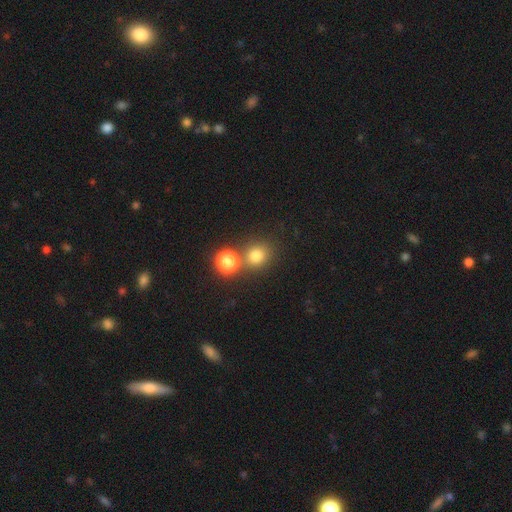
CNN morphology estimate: Smooth or featured?
  - smooth: 76% *
  - star or artifact: 17%
  - featured or disk: 7%
How rounded?
  - round: 82% *
  - in between: 17%
  - cigar-shaped: 1%
Merging?
  - none: 65% *
  - merger: 22%
  - minor disturbance: 8%
  - major disturbance: 4%